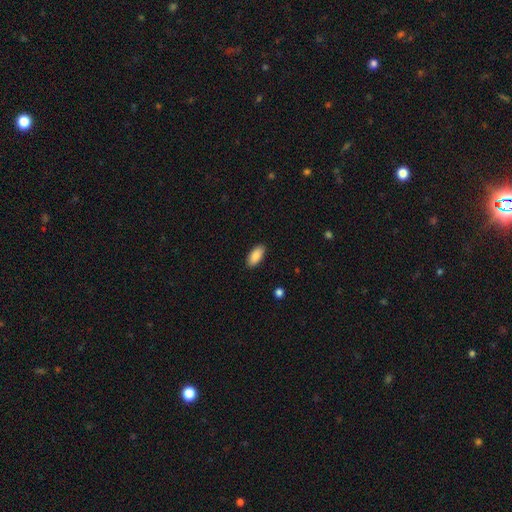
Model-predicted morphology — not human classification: Smooth or featured? smooth (89%)
How rounded? in between (90%)
Merging? none (89%)